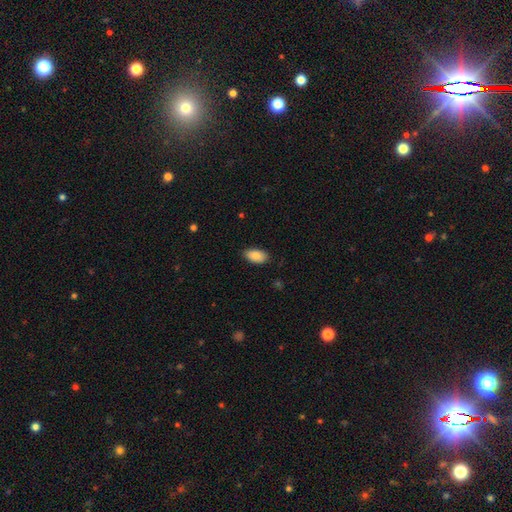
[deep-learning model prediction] Smooth or featured? Predicted: smooth (p=0.86). How rounded? Predicted: in between (p=0.94). Merging? Predicted: none (p=0.85).